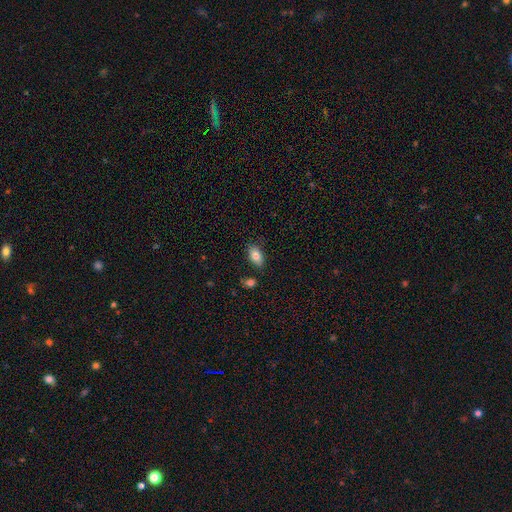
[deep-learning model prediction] Smooth or featured?
  - smooth: 85% *
  - star or artifact: 8%
  - featured or disk: 7%
How rounded?
  - in between: 92% *
  - round: 5%
  - cigar-shaped: 3%
Merging?
  - none: 80% *
  - minor disturbance: 13%
  - merger: 4%
  - major disturbance: 3%